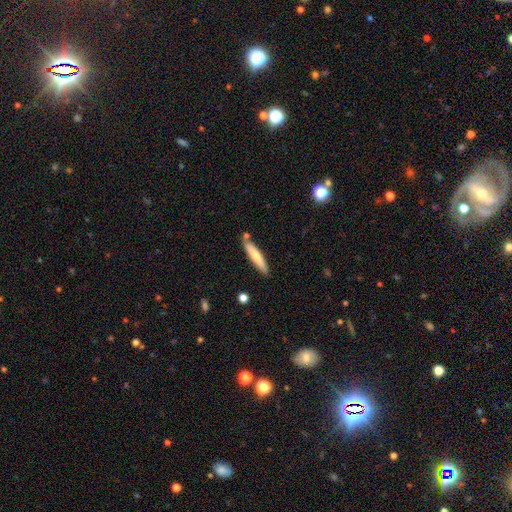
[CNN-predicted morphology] A smooth galaxy with no disk features (66%) that is cigar-shaped (87%).

Vote fractions:
- Smooth or featured? smooth: 66% / featured or disk: 28% / star or artifact: 6%
- How rounded? cigar-shaped: 87% / in between: 12% / round: 1%
- Merging? none: 77% / minor disturbance: 14% / merger: 7% / major disturbance: 2%